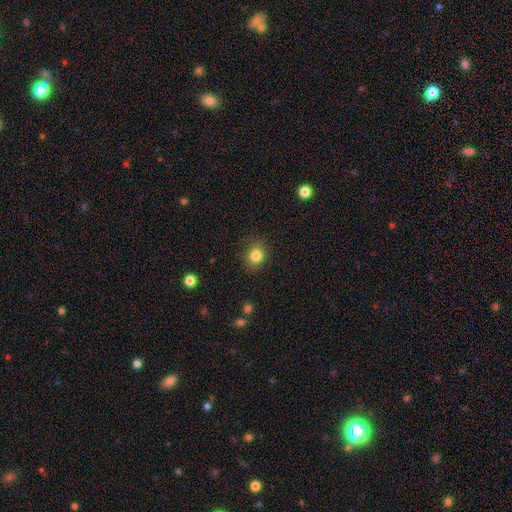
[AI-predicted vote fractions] Smooth or featured: smooth — 84% (star or artifact — 11%)
How rounded: round — 68% (in between — 31%)
Merging: none — 86% (minor disturbance — 10%)